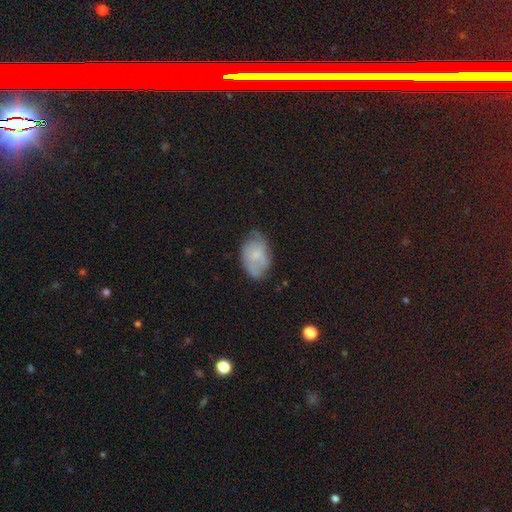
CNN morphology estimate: smooth-or-featured: smooth: 51% | featured or disk: 41% | star or artifact: 8%
  how-rounded: in between: 89% | round: 9% | cigar-shaped: 2%
  merging: none: 58% | minor disturbance: 31% | major disturbance: 9% | merger: 2%